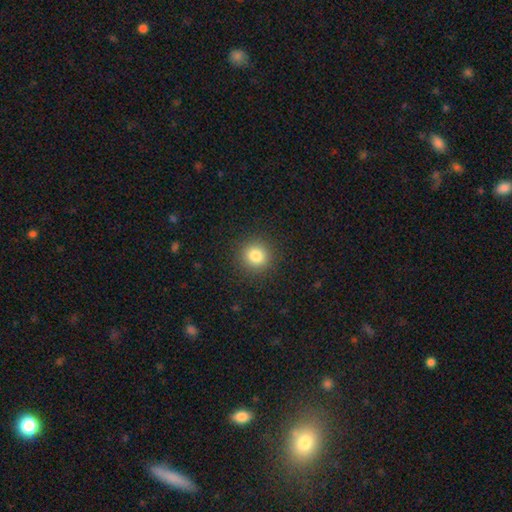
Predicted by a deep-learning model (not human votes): smooth_or_featured: smooth (p=0.82) [alt: star or artifact p=0.12]
how_rounded: round (p=0.91) [alt: in between p=0.08]
merging: none (p=0.91) [alt: minor disturbance p=0.06]